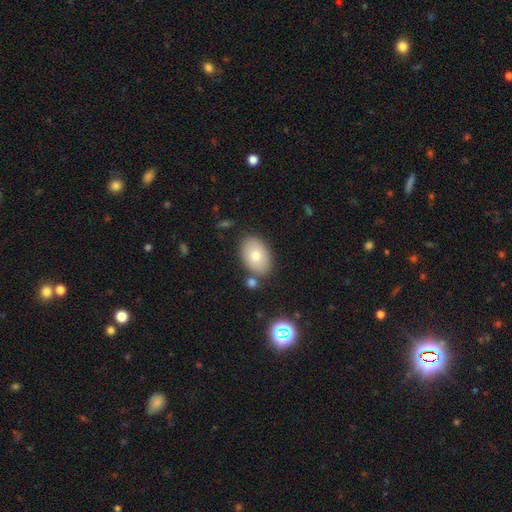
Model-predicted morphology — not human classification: A smooth galaxy with no disk features (76%) that is in between round and cigar-shaped (85%).

Vote fractions:
- Smooth or featured? smooth: 76% / featured or disk: 17% / star or artifact: 8%
- How rounded? in between: 85% / round: 14% / cigar-shaped: 1%
- Merging? none: 79% / minor disturbance: 12% / merger: 6% / major disturbance: 3%